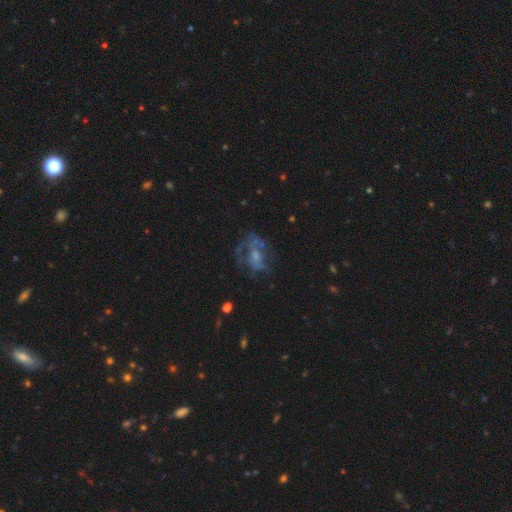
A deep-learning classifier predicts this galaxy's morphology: smooth_or_featured: featured or disk (p=0.59) [alt: smooth p=0.26]
disk_edge_on: no (p=0.96) [alt: yes p=0.04]
bar: no (p=0.72) [alt: weak p=0.23]
has_spiral_arms: no (p=0.58) [alt: yes p=0.42]
bulge_size: small (p=0.38) [alt: moderate p=0.35]
merging: none (p=0.45) [alt: major disturbance p=0.32]